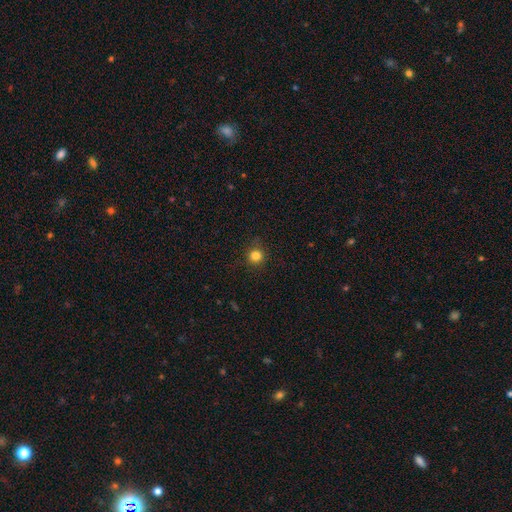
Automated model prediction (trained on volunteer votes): This appears to be a smooth galaxy with no disk features (82%) that is round (94%). Merging: none (89%).